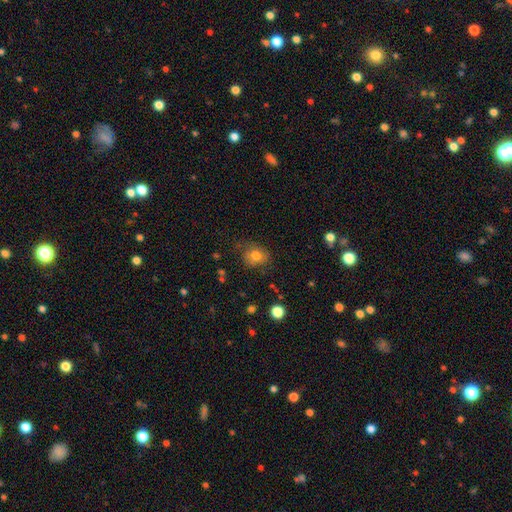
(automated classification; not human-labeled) Q: Smooth or featured?
A: smooth (77%); runner-up: star or artifact (11%)
Q: How rounded?
A: round (57%); runner-up: in between (42%)
Q: Merging?
A: none (67%); runner-up: minor disturbance (23%)